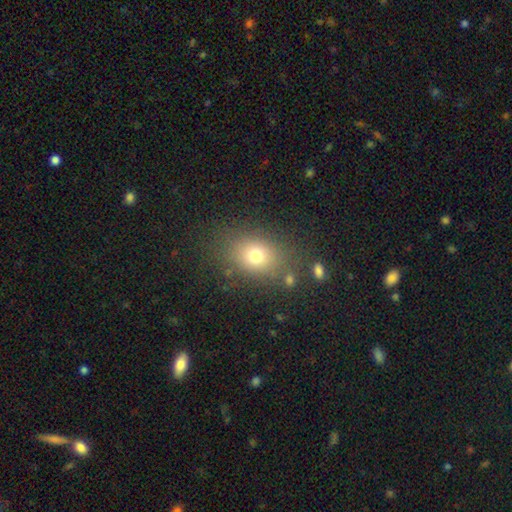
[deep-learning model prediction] This is likely a smooth galaxy (74%). How rounded: possibly in between (59%). Merging: likely none (78%).